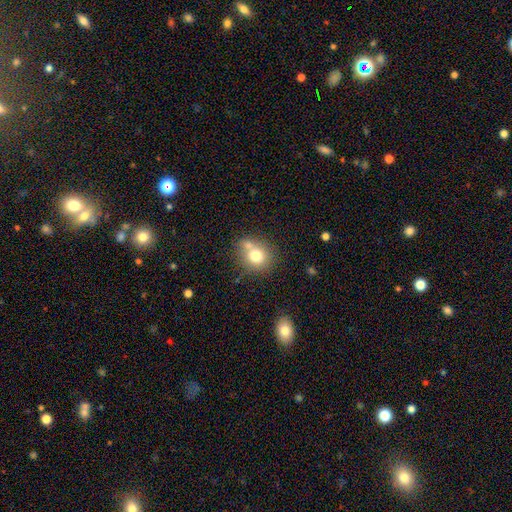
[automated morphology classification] smooth_or_featured: smooth (p=0.74) [alt: featured or disk p=0.15]
how_rounded: round (p=0.73) [alt: in between p=0.26]
merging: none (p=0.53) [alt: merger p=0.29]